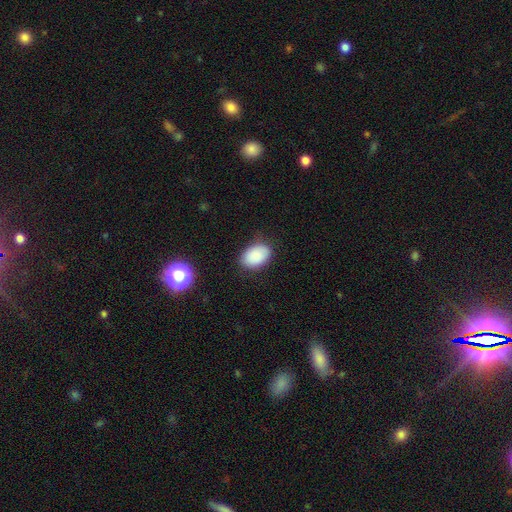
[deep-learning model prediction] Smooth or featured? Predicted: smooth (p=0.87). How rounded? Predicted: in between (p=0.87). Merging? Predicted: none (p=0.81).